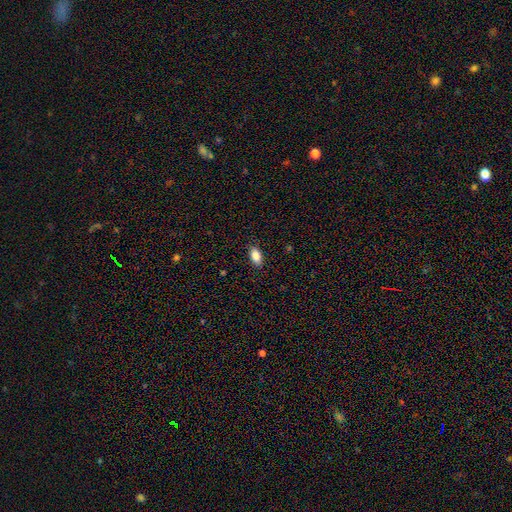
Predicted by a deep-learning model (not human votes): smooth 87%, star or artifact 8%, featured or disk 5%. Down the decision tree: how rounded — in between (91%); merging — none (88%).